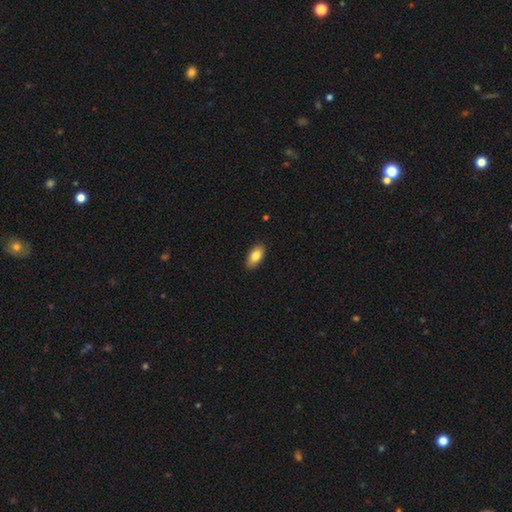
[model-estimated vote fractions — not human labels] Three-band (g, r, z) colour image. It shows a smooth galaxy with no disk features (84%) that is in between round and cigar-shaped (92%). Merging: none (88%).